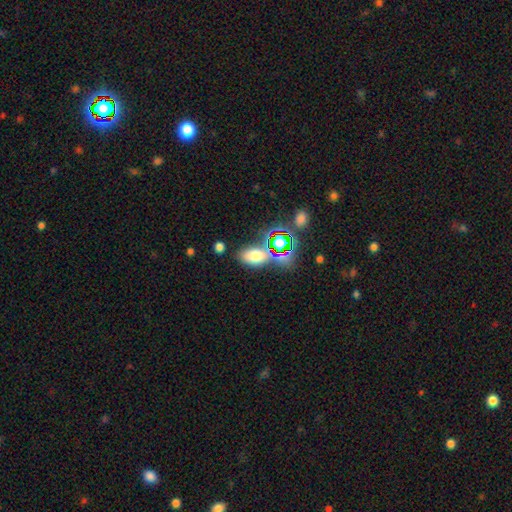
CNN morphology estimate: Smooth or featured?
  - smooth: 65% *
  - star or artifact: 24%
  - featured or disk: 12%
How rounded?
  - in between: 85% *
  - round: 11%
  - cigar-shaped: 3%
Merging?
  - none: 67% *
  - minor disturbance: 14%
  - merger: 12%
  - major disturbance: 6%